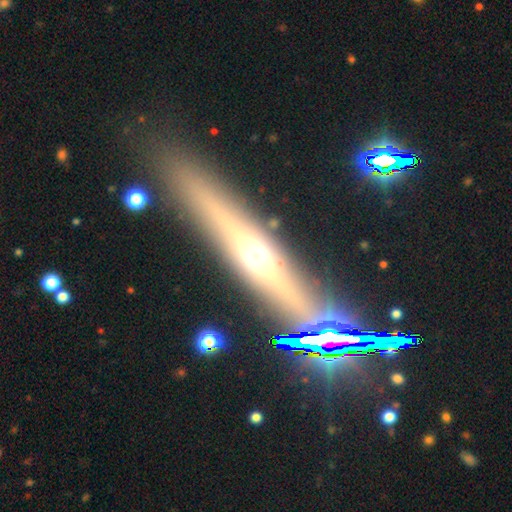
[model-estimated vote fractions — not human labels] Morphology: type=featured or disk (59%); edge-on=yes (90%); edge-on bulge=rounded (87%); merging=none (85%).